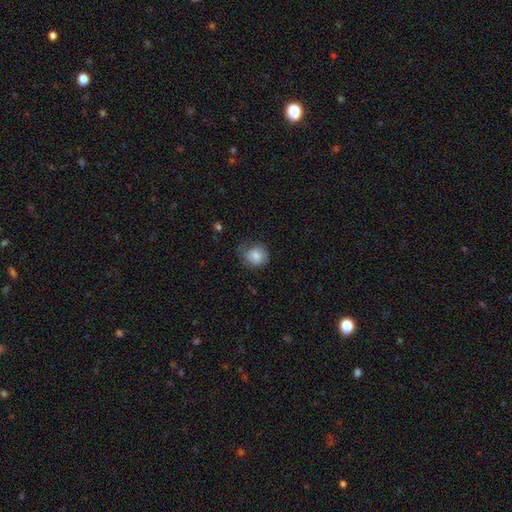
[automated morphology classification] type=smooth (78%); roundness=round (76%); merging=none (60%).